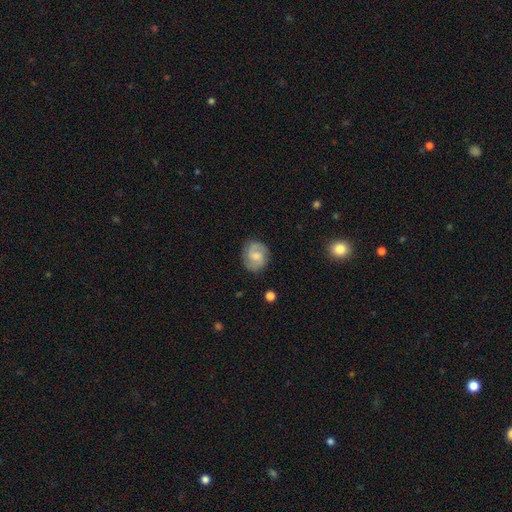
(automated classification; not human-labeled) smooth_or_featured: featured or disk (p=0.63) [alt: smooth p=0.30]
disk_edge_on: no (p=0.98) [alt: yes p=0.02]
bar: weak (p=0.48) [alt: no p=0.44]
has_spiral_arms: yes (p=0.92) [alt: no p=0.08]
spiral_winding: medium (p=0.50) [alt: tight p=0.29]
spiral_arm_count: 2 (p=0.85) [alt: can't tell p=0.08]
bulge_size: moderate (p=0.45) [alt: small p=0.39]
merging: none (p=0.82) [alt: minor disturbance p=0.13]